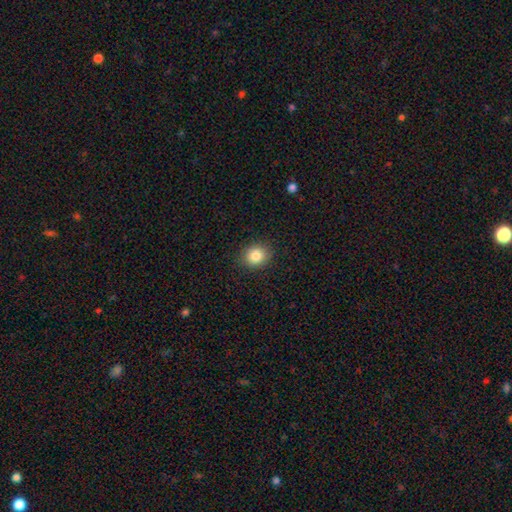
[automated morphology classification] smooth-or-featured: smooth: 84% | star or artifact: 10% | featured or disk: 7%
  how-rounded: round: 72% | in between: 27% | cigar-shaped: 1%
  merging: none: 88% | minor disturbance: 8% | major disturbance: 2% | merger: 1%